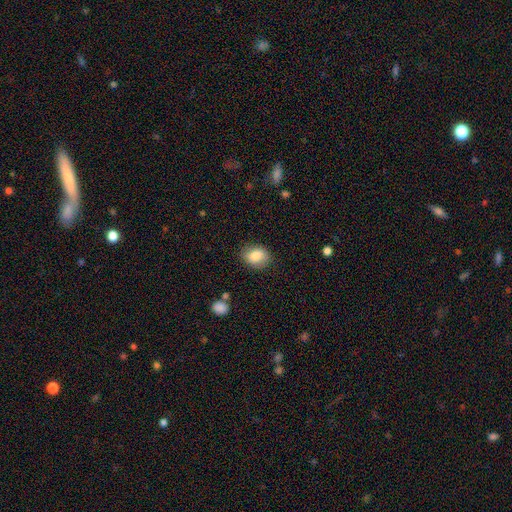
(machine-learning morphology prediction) smooth_or_featured: smooth (p=0.83) [alt: featured or disk p=0.10]
how_rounded: in between (p=0.63) [alt: round p=0.36]
merging: none (p=0.81) [alt: minor disturbance p=0.14]